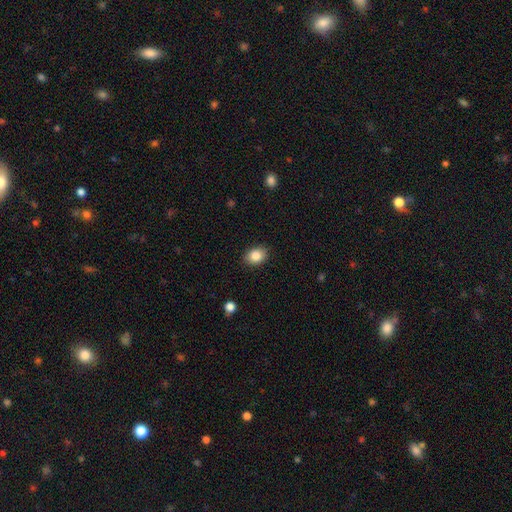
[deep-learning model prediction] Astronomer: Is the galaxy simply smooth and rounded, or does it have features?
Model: smooth — 85%.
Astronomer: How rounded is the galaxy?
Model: in between — 62%.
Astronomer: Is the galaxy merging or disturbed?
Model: none — 87%.